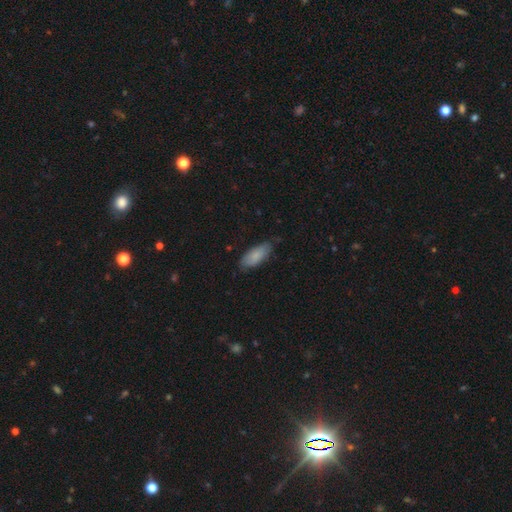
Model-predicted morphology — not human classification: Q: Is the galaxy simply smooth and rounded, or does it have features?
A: smooth — 84%.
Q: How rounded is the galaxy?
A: in between — 78%.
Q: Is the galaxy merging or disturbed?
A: none — 75%.